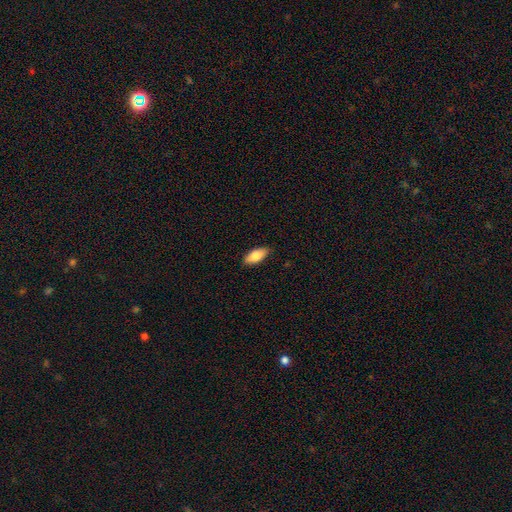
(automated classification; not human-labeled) A smooth galaxy with no disk features (79%) that is in between round and cigar-shaped (88%).

Vote fractions:
- Smooth or featured? smooth: 79% / featured or disk: 15% / star or artifact: 6%
- How rounded? in between: 88% / cigar-shaped: 10% / round: 3%
- Merging? none: 88% / minor disturbance: 10% / major disturbance: 2% / merger: 1%